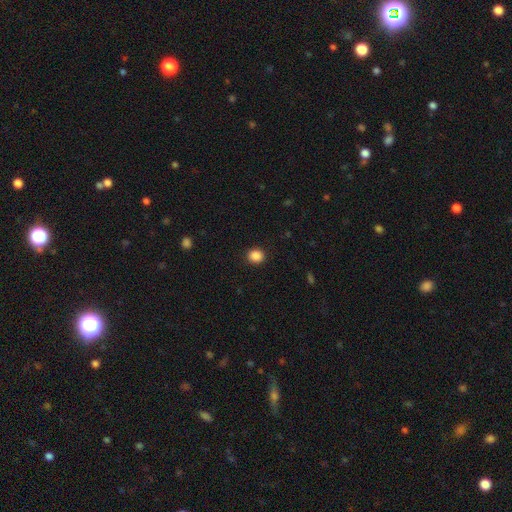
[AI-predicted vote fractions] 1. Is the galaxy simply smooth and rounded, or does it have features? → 88% smooth, 10% star or artifact, 2% featured or disk.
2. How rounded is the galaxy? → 81% round, 18% in between, 1% cigar-shaped.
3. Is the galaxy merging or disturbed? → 91% none, 6% minor disturbance, 2% major disturbance, 1% merger.